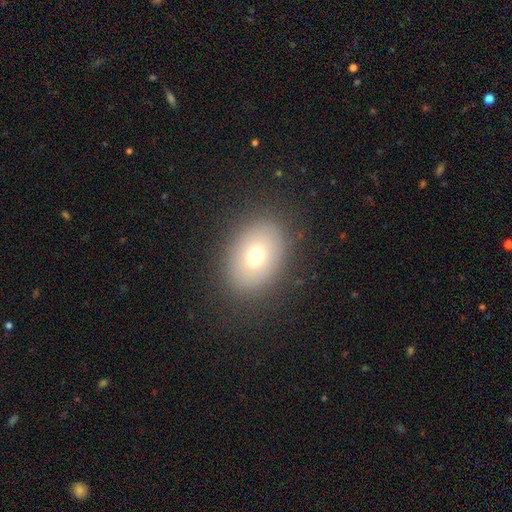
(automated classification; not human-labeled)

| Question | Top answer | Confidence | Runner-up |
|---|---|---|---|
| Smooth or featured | smooth | 69% | featured or disk (18%) |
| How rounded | in between | 70% | round (29%) |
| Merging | none | 86% | minor disturbance (9%) |